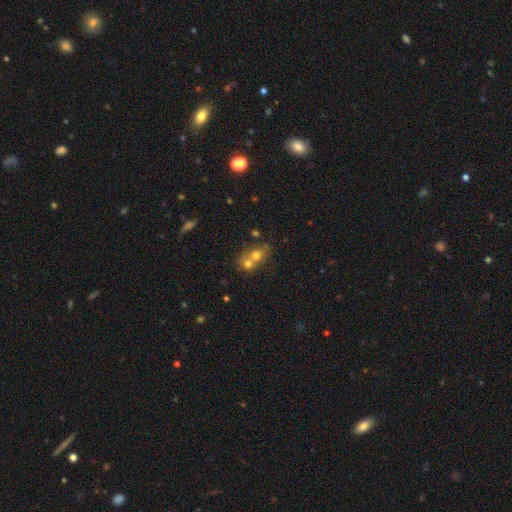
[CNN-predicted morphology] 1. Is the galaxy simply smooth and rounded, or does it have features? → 65% smooth, 22% featured or disk, 13% star or artifact.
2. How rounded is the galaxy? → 60% round, 39% in between, 1% cigar-shaped.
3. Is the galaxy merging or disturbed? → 61% merger, 28% none, 7% minor disturbance, 4% major disturbance.